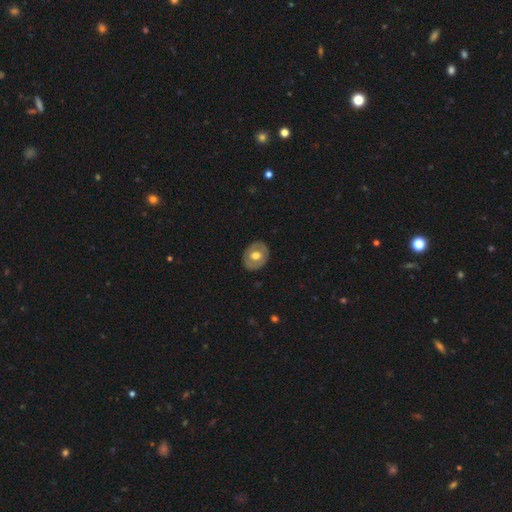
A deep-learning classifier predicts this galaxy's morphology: The model was most divided on "smooth or featured": smooth: 49%, featured or disk: 45%, star or artifact: 6%. More confident: merging — none (84%).